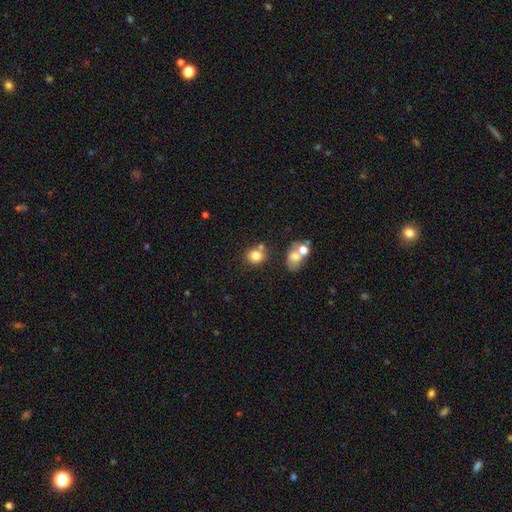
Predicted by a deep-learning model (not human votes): Smooth or featured?
  - smooth: 79% *
  - star or artifact: 11%
  - featured or disk: 9%
How rounded?
  - round: 70% *
  - in between: 29%
  - cigar-shaped: 1%
Merging?
  - none: 62% *
  - merger: 20%
  - minor disturbance: 13%
  - major disturbance: 5%